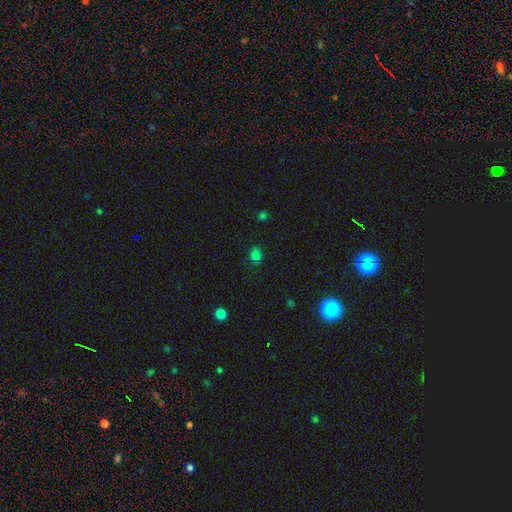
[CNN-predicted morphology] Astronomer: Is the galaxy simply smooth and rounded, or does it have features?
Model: smooth — 76%.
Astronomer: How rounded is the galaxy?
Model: round — 71%.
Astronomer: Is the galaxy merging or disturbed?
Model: none — 84%.